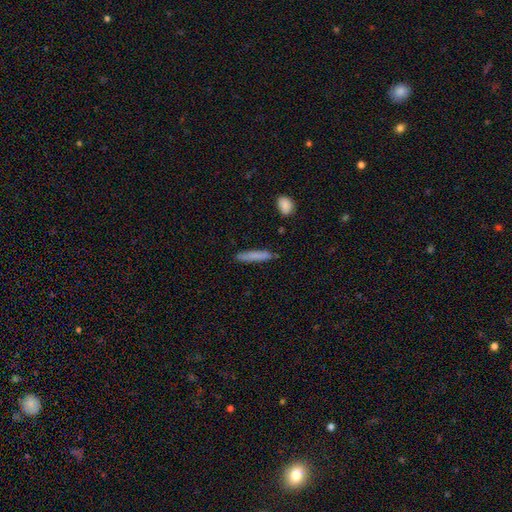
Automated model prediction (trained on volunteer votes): This appears to be a smooth galaxy with no disk features (79%) that is cigar-shaped (92%). Merging: none (84%).